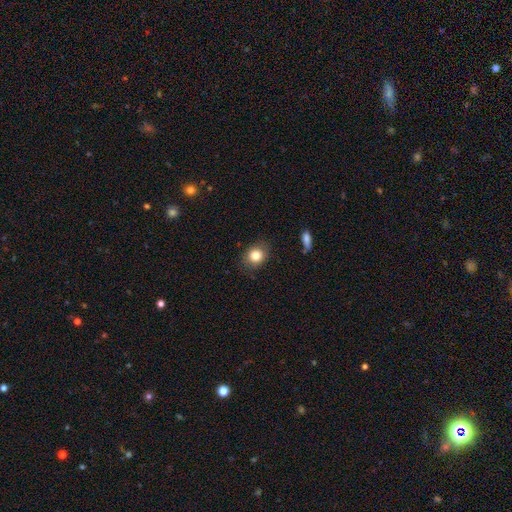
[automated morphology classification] A smooth galaxy with no disk features (82%) that is round (62%).

Vote fractions:
- Smooth or featured? smooth: 82% / star or artifact: 10% / featured or disk: 8%
- How rounded? round: 62% / in between: 37% / cigar-shaped: 1%
- Merging? none: 82% / minor disturbance: 13% / major disturbance: 3% / merger: 1%